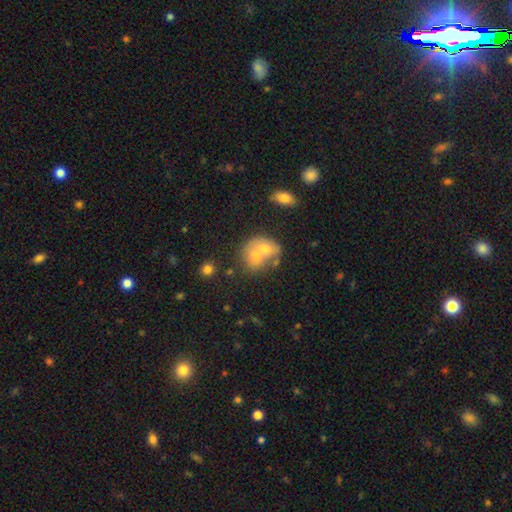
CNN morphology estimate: Smooth or featured?
  - smooth: 61% *
  - featured or disk: 30%
  - star or artifact: 9%
How rounded?
  - round: 53% *
  - in between: 46%
  - cigar-shaped: 1%
Merging?
  - merger: 69% *
  - none: 19%
  - minor disturbance: 7%
  - major disturbance: 4%